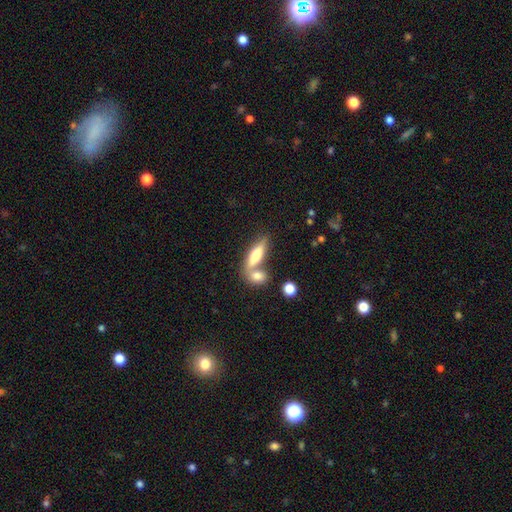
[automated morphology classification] smooth_or_featured: smooth (p=0.70) [alt: featured or disk p=0.23]
how_rounded: cigar-shaped (p=0.50) [alt: in between p=0.47]
merging: merger (p=0.46) [alt: none p=0.40]